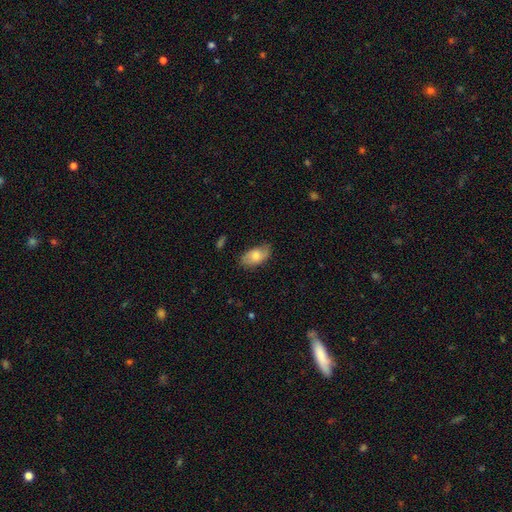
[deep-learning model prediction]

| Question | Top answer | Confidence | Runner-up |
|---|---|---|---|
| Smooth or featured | smooth | 72% | featured or disk (22%) |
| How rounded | in between | 93% | round (5%) |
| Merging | none | 73% | minor disturbance (22%) |